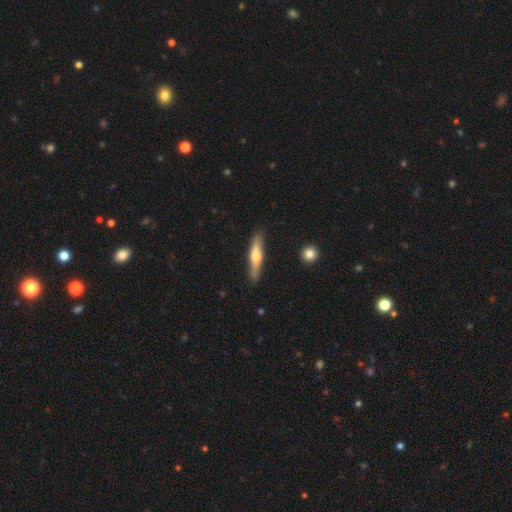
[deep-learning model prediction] Q: Smooth or featured?
A: smooth (52%); runner-up: featured or disk (42%)
Q: How rounded?
A: cigar-shaped (87%); runner-up: in between (12%)
Q: Merging?
A: none (87%); runner-up: minor disturbance (10%)